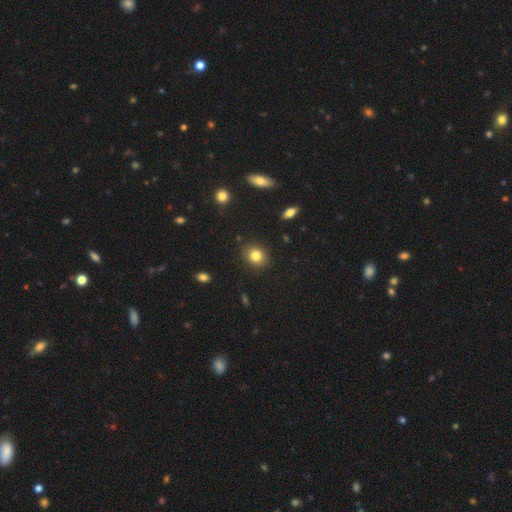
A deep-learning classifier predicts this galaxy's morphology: Overall: smooth (82%). How rounded: round (66%; in between 33%). Merging: none (87%).